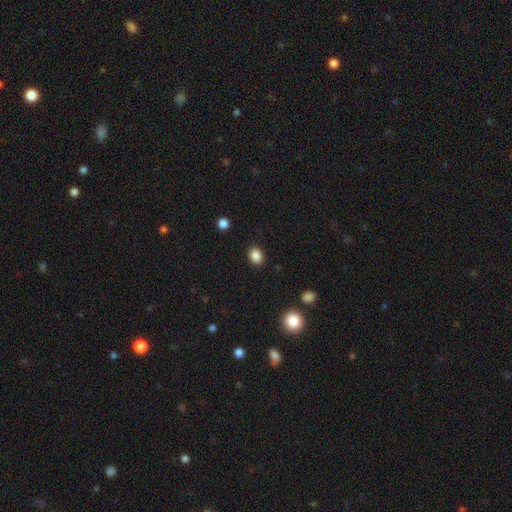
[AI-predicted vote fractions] Overall: smooth (87%). How rounded: in between (51%; round 48%). Merging: none (88%).